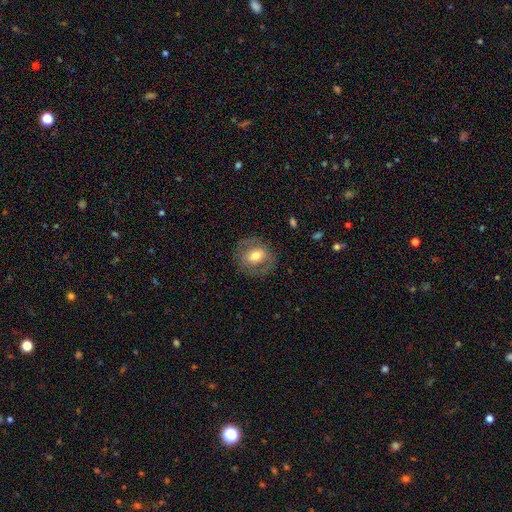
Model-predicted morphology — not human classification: smooth_or_featured: smooth (p=0.47) [alt: featured or disk p=0.45]
merging: none (p=0.78) [alt: minor disturbance p=0.13]